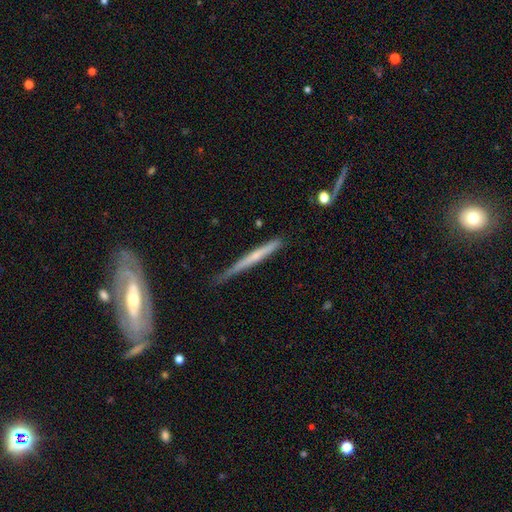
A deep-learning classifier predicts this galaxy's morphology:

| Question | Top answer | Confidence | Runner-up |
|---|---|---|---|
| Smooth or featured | featured or disk | 50% | smooth (43%) |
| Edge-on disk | yes | 96% | no (4%) |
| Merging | none | 67% | minor disturbance (26%) |